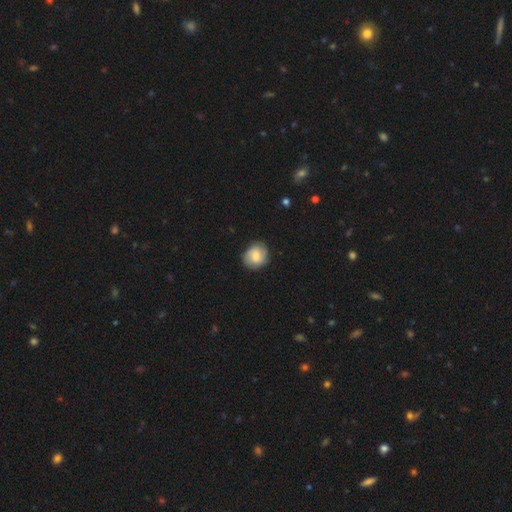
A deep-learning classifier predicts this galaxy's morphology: The model was most divided on "smooth or featured": smooth: 61%, featured or disk: 32%, star or artifact: 7%. More confident: merging — none (82%); how rounded — round (74%).